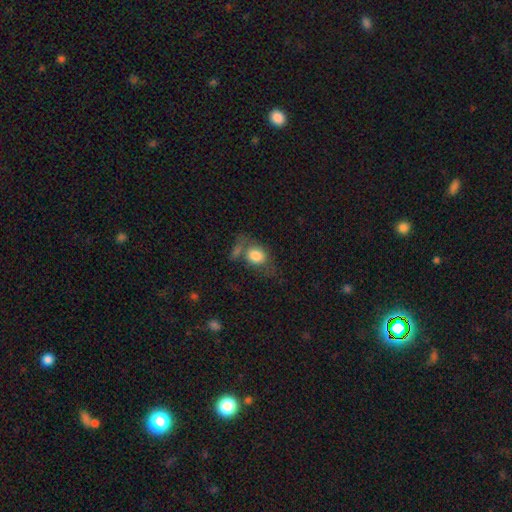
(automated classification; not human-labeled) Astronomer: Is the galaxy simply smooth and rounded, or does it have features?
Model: smooth — 78%.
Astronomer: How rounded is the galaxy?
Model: in between — 60% (runner-up: round, 38%).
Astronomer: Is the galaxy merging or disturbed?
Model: none — 42% (runner-up: merger, 22%).